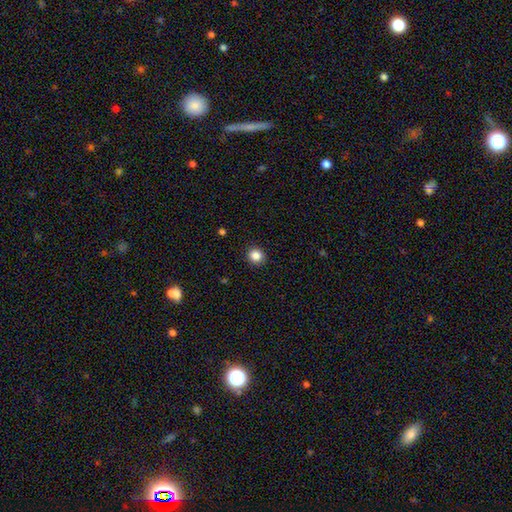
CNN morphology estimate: smooth-or-featured: smooth: 85% | star or artifact: 11% | featured or disk: 4%
  how-rounded: round: 86% | in between: 13% | cigar-shaped: 1%
  merging: none: 92% | minor disturbance: 5% | major disturbance: 2% | merger: 1%